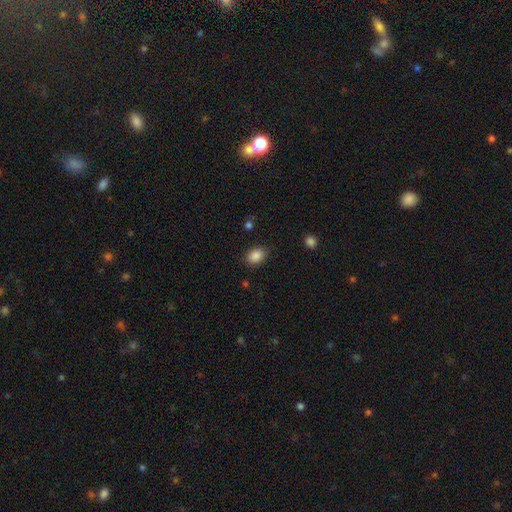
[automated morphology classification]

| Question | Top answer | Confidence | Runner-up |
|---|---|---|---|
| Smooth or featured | smooth | 87% | star or artifact (9%) |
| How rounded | in between | 72% | round (27%) |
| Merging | none | 85% | minor disturbance (11%) |